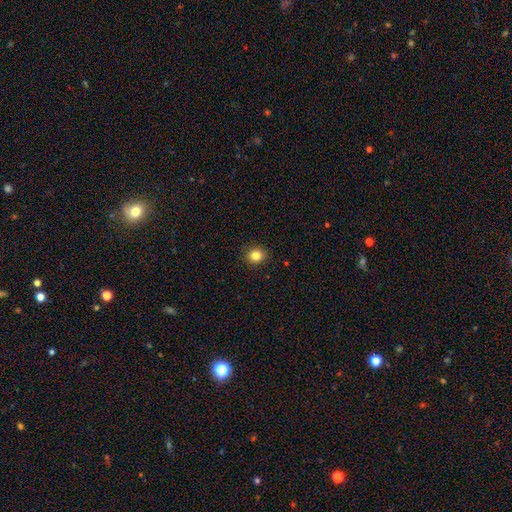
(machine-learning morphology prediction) Overall: smooth (83%). How rounded: round (75%). Merging: none (91%).